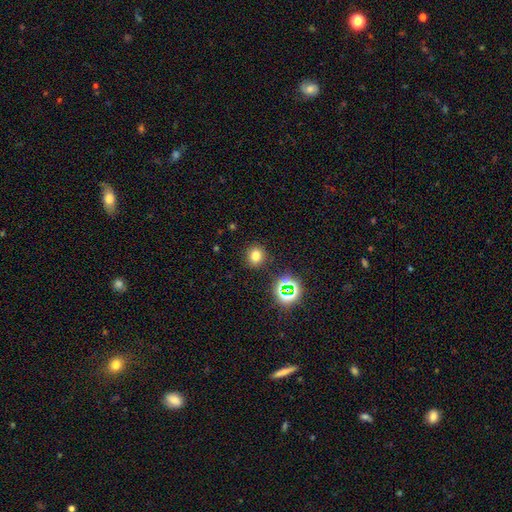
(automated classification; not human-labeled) Smooth or featured? Predicted: smooth (p=0.72). How rounded? Predicted: round (p=0.85). Merging? Predicted: none (p=0.88).